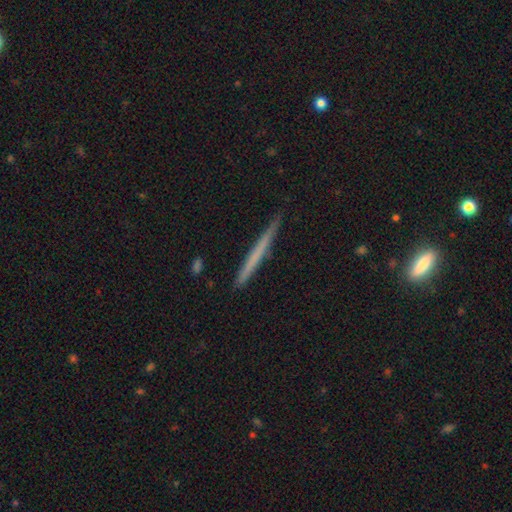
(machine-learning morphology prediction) Smooth or featured: smooth — 53% (featured or disk — 41%)
How rounded: cigar-shaped — 97% (in between — 2%)
Merging: none — 90% (minor disturbance — 7%)